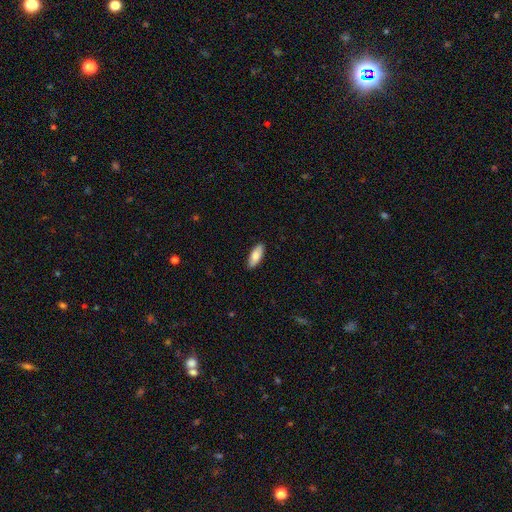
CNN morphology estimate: Smooth or featured? smooth (83%)
How rounded? in between (77%)
Merging? none (89%)